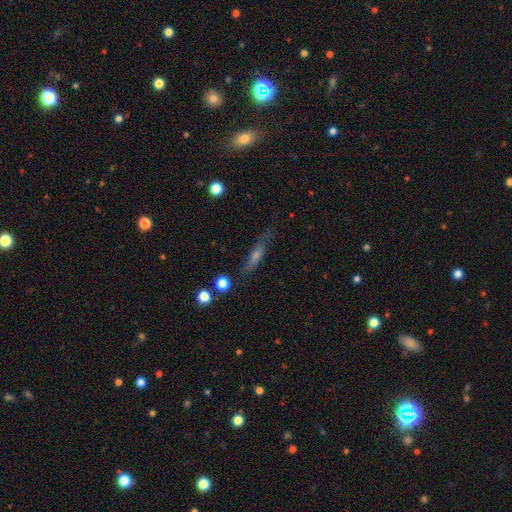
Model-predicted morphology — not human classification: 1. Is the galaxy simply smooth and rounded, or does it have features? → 48% featured or disk, 39% smooth, 13% star or artifact.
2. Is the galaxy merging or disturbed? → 75% none, 17% minor disturbance, 5% major disturbance, 3% merger.